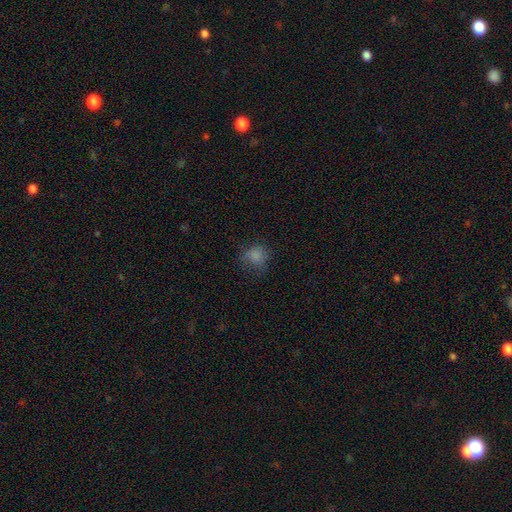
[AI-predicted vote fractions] Smooth or featured: smooth — 79% (star or artifact — 14%)
How rounded: round — 83% (in between — 16%)
Merging: none — 69% (minor disturbance — 20%)